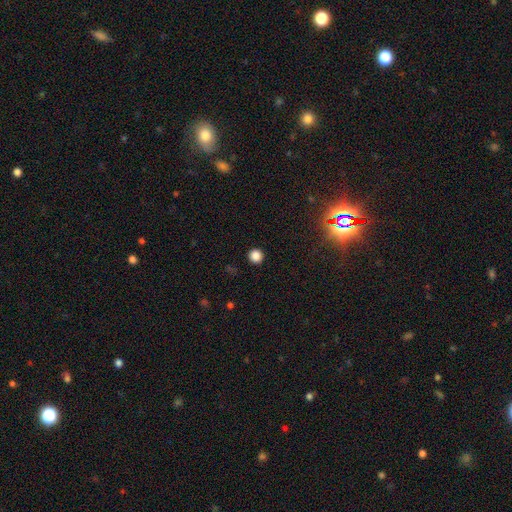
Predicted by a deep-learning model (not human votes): Overall: smooth (85%). How rounded: round (96%). Merging: none (93%).